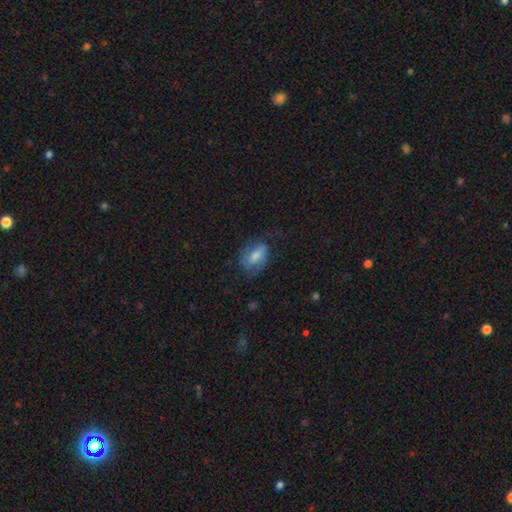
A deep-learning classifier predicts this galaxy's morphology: Smooth or featured? smooth (49%)
Merging? none (56%)